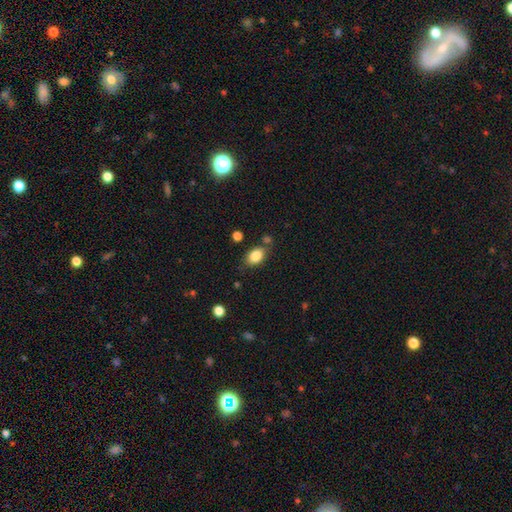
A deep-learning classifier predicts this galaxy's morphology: Smooth or featured: smooth — 86% (star or artifact — 8%)
How rounded: in between — 83% (round — 15%)
Merging: none — 68% (minor disturbance — 18%)